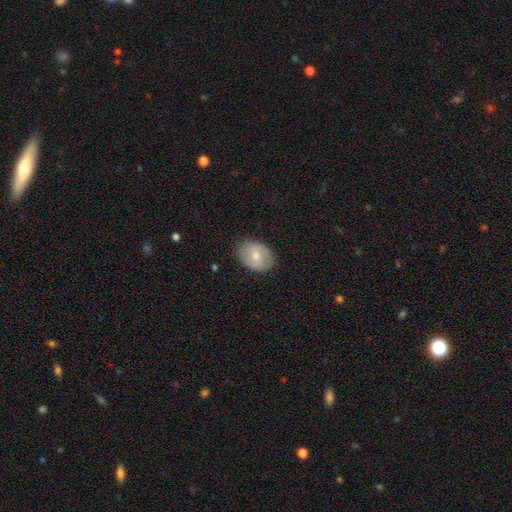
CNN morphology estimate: Smooth or featured? smooth (56%)
How rounded? in between (70%)
Merging? none (80%)